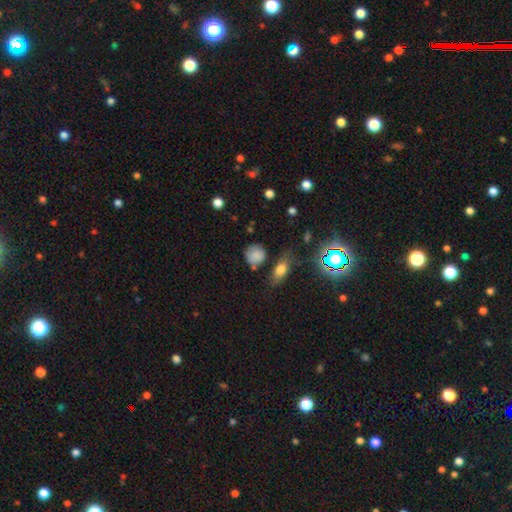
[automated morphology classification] smooth 78%, star or artifact 13%, featured or disk 9%. Down the decision tree: how rounded — round (83%); merging — none (63%).